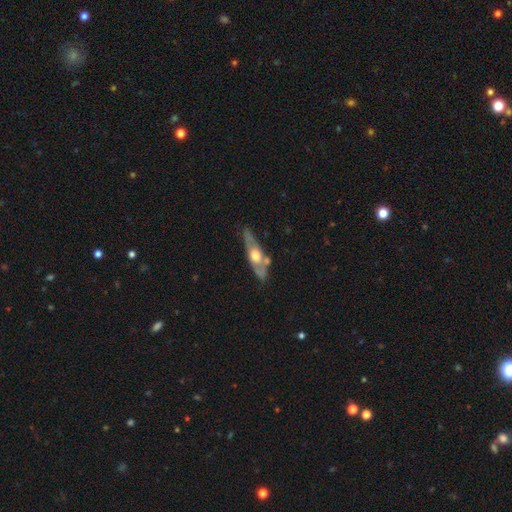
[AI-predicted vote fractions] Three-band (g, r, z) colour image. It shows a featured or disk galaxy (65%) viewed edge-on (54%). Merging: none (66%).